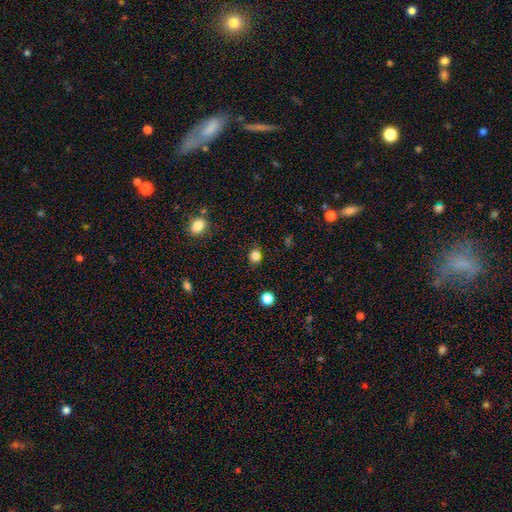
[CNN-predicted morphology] A smooth galaxy with no disk features (83%) that is round (70%). Merging: none (85%).